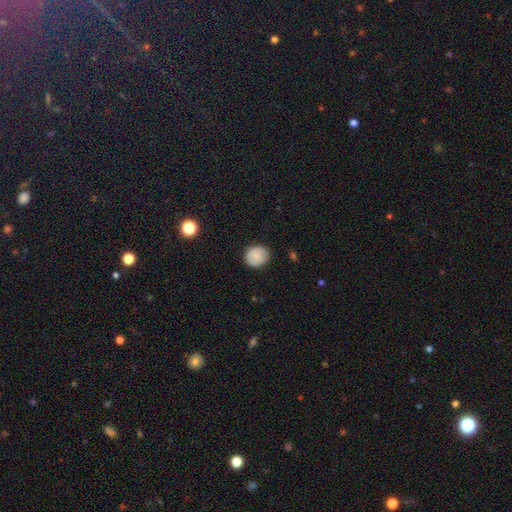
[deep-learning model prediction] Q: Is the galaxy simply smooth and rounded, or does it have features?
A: smooth — 74%.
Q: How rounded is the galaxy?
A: round — 78%.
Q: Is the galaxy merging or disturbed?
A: none — 84%.